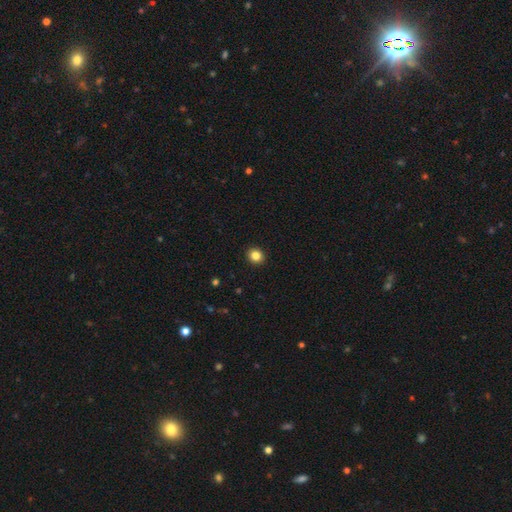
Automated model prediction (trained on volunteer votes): Smooth or featured?
  - smooth: 84% *
  - star or artifact: 11%
  - featured or disk: 6%
How rounded?
  - round: 78% *
  - in between: 21%
  - cigar-shaped: 1%
Merging?
  - none: 93% *
  - minor disturbance: 5%
  - major disturbance: 1%
  - merger: 1%